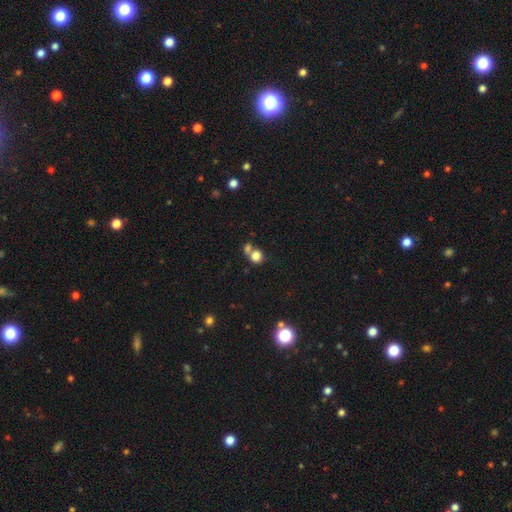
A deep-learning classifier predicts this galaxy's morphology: Smooth or featured?
  - smooth: 80% *
  - star or artifact: 11%
  - featured or disk: 9%
How rounded?
  - round: 78% *
  - in between: 21%
  - cigar-shaped: 1%
Merging?
  - merger: 44% *
  - none: 43%
  - minor disturbance: 9%
  - major disturbance: 4%